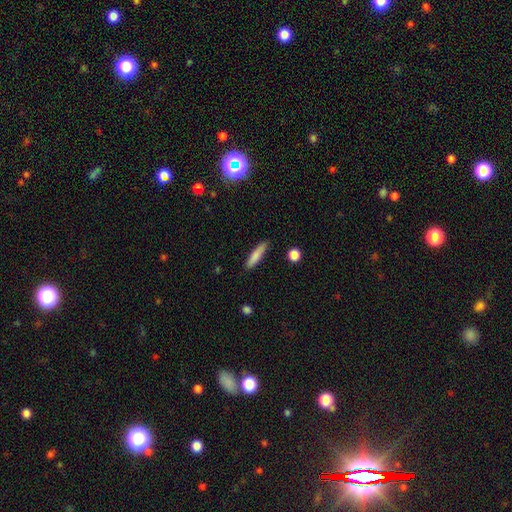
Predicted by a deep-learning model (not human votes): Smooth or featured? Predicted: smooth (p=0.82). How rounded? Predicted: cigar-shaped (p=0.82). Merging? Predicted: none (p=0.84).